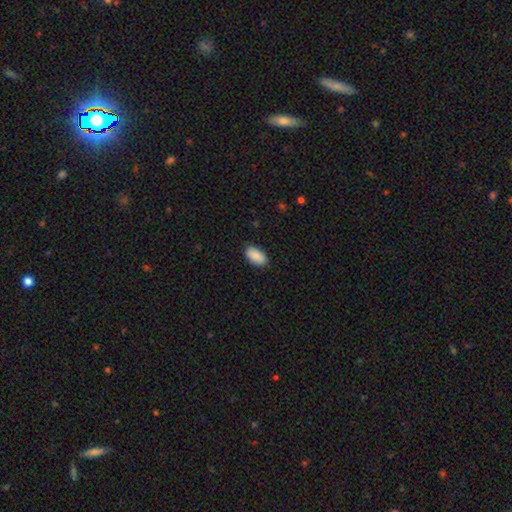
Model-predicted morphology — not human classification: This appears to be a smooth galaxy with no disk features (90%) that is in between round and cigar-shaped (95%). Merging: none (88%).